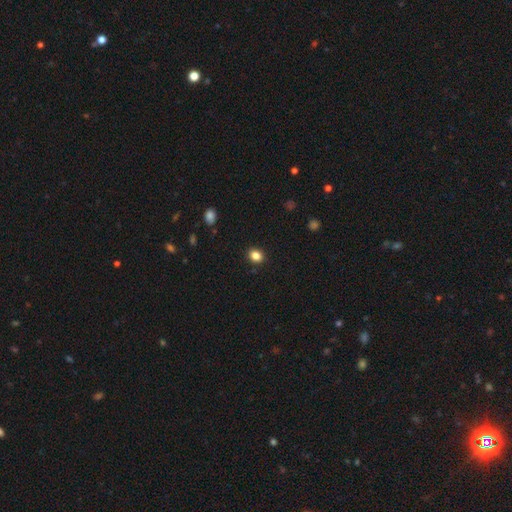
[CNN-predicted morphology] This appears to be a smooth galaxy with no disk features (85%) that is round (59%). Merging: none (90%).